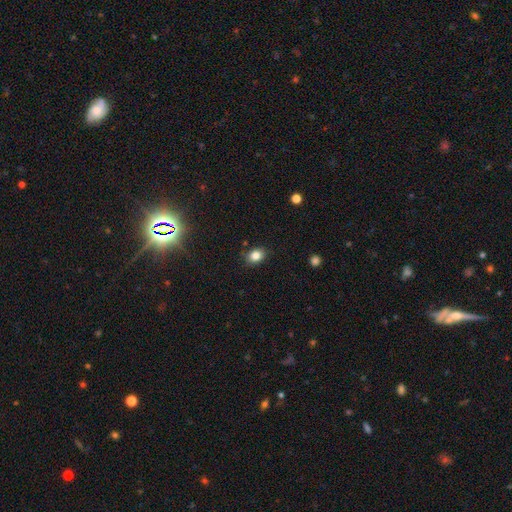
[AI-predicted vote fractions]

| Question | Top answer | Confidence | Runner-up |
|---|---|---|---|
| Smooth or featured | smooth | 83% | star or artifact (11%) |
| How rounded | in between | 63% | round (36%) |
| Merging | none | 84% | minor disturbance (12%) |